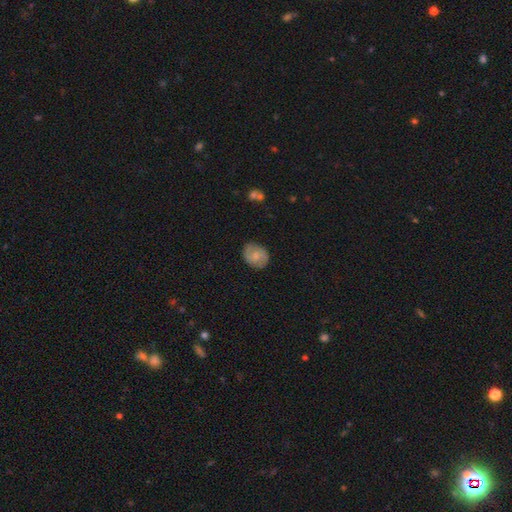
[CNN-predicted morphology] smooth-or-featured: smooth: 47% | featured or disk: 45% | star or artifact: 8%
  merging: none: 79% | minor disturbance: 16% | major disturbance: 4% | merger: 1%